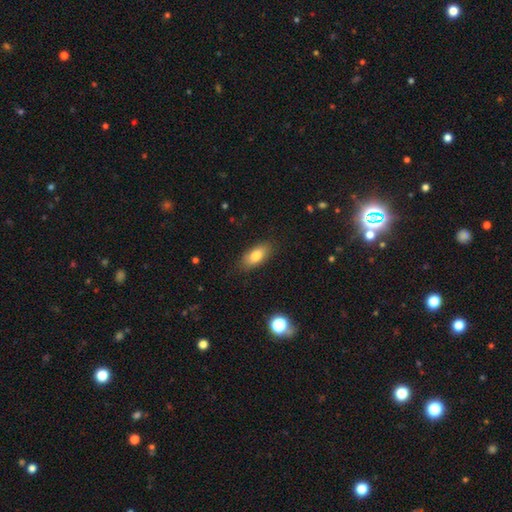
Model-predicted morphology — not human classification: The model was most divided on "smooth or featured": smooth: 79%, featured or disk: 13%, star or artifact: 8%. More confident: how rounded — in between (86%); merging — none (85%).